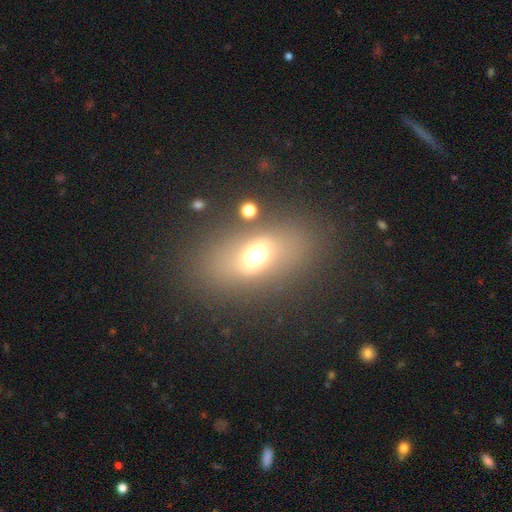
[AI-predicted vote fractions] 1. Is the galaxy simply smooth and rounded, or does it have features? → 60% smooth, 21% featured or disk, 19% star or artifact.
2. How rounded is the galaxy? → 73% in between, 24% round, 4% cigar-shaped.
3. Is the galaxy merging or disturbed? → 73% none, 12% minor disturbance, 9% major disturbance, 5% merger.